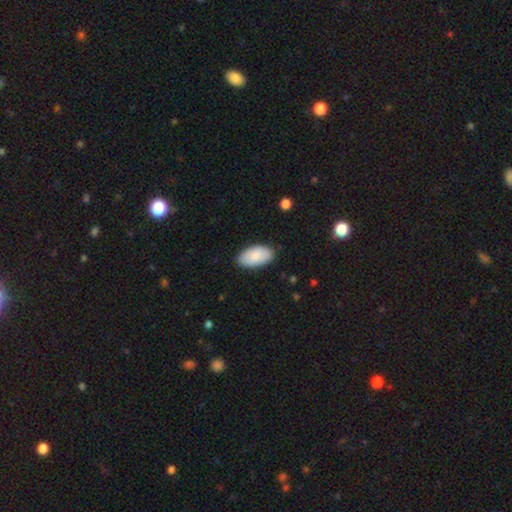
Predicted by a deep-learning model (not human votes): This is clearly a smooth galaxy (87%). How rounded: clearly in between (96%). Merging: clearly none (86%).